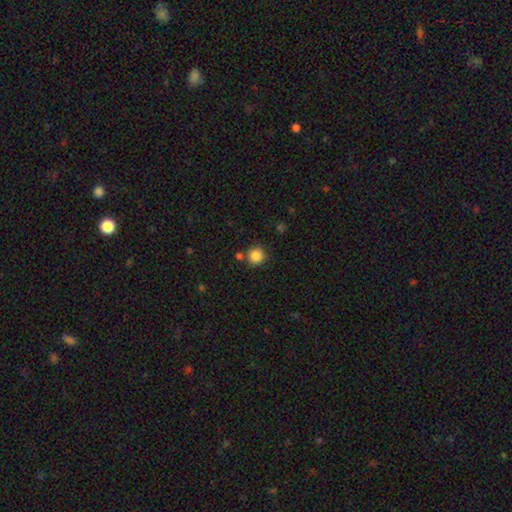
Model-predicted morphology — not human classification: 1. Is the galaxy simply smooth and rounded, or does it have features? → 86% smooth, 11% star or artifact, 4% featured or disk.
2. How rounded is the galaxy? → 94% round, 5% in between, 1% cigar-shaped.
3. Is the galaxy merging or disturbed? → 81% none, 8% minor disturbance, 7% merger, 3% major disturbance.